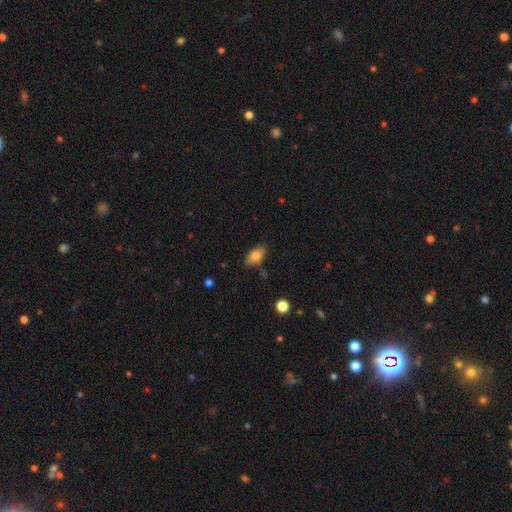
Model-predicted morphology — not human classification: A smooth galaxy with no disk features (76%) that is in between round and cigar-shaped (88%). Merging: none (77%).